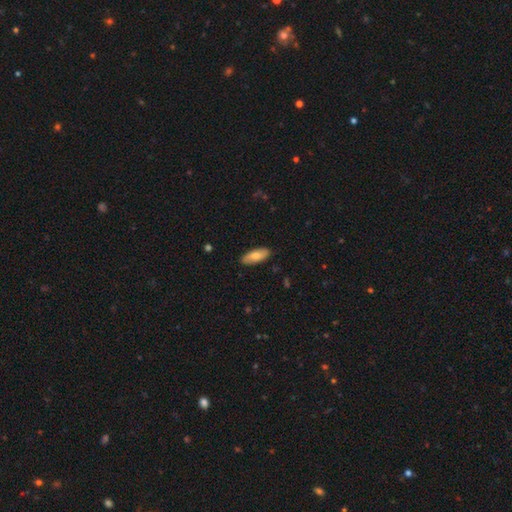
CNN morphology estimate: Q: Smooth or featured?
A: smooth (74%); runner-up: featured or disk (21%)
Q: How rounded?
A: in between (76%); runner-up: cigar-shaped (22%)
Q: Merging?
A: none (88%); runner-up: minor disturbance (10%)